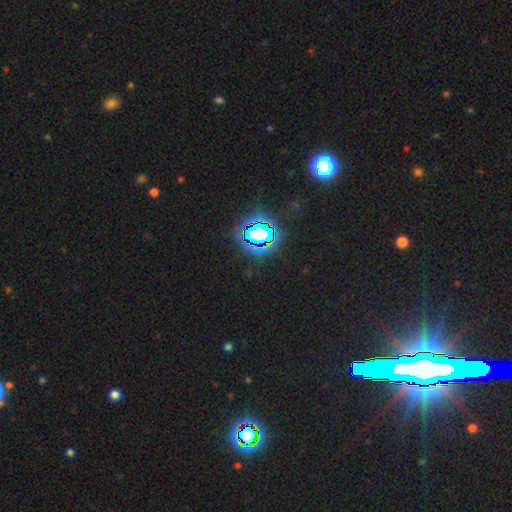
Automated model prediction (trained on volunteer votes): A star or artifact, not a galaxy (81%).